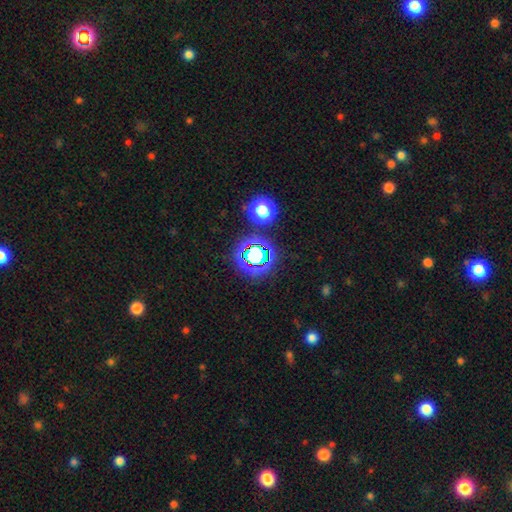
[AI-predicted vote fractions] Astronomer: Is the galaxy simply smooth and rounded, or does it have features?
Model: star or artifact — 68%.